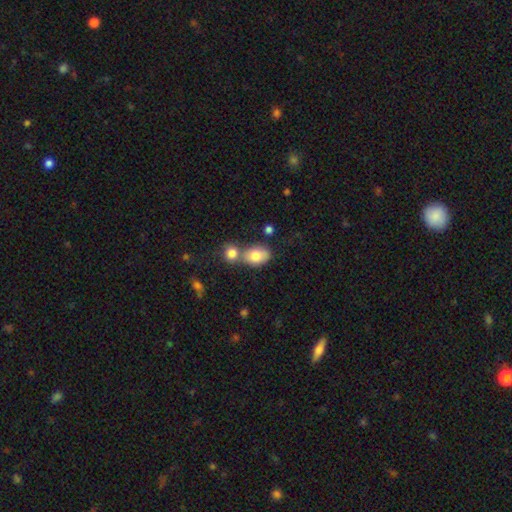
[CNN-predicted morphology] The model was most divided on "merging": merger: 46%, none: 38%, minor disturbance: 11%, major disturbance: 4%. More confident: smooth or featured — smooth (79%); how rounded — in between (71%).